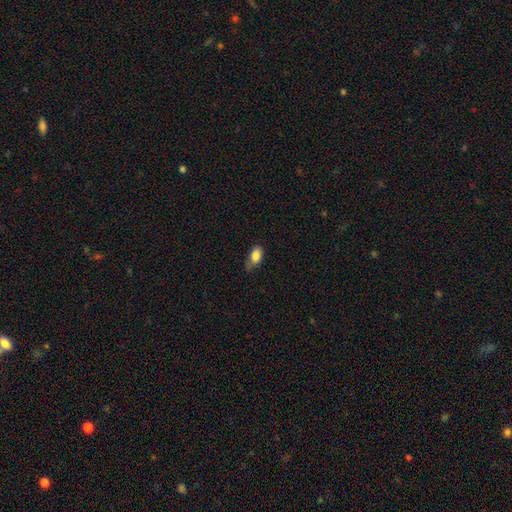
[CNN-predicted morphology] This is clearly a smooth galaxy (85%). How rounded: clearly in between (90%). Merging: possibly none (52%).